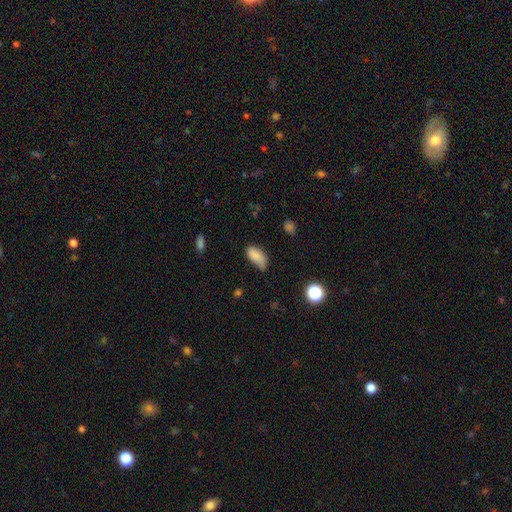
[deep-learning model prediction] The model was most divided on "merging": none: 50%, minor disturbance: 37%, major disturbance: 10%, merger: 2%. More confident: how rounded — in between (92%); smooth or featured — smooth (83%).